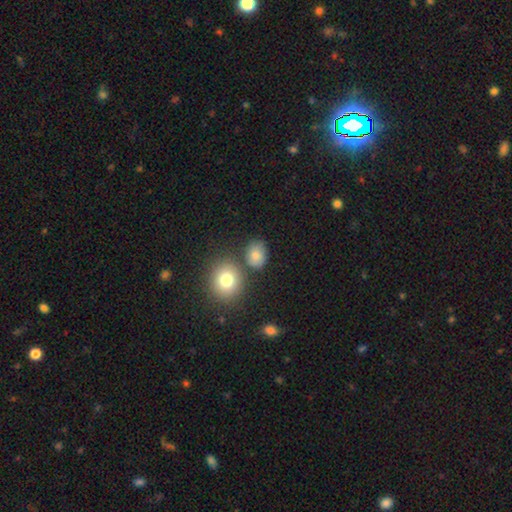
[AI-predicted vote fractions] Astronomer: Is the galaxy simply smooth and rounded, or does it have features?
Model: smooth — 80%.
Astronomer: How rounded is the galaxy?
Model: round — 51% (runner-up: in between, 48%).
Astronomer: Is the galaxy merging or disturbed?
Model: none — 70%.